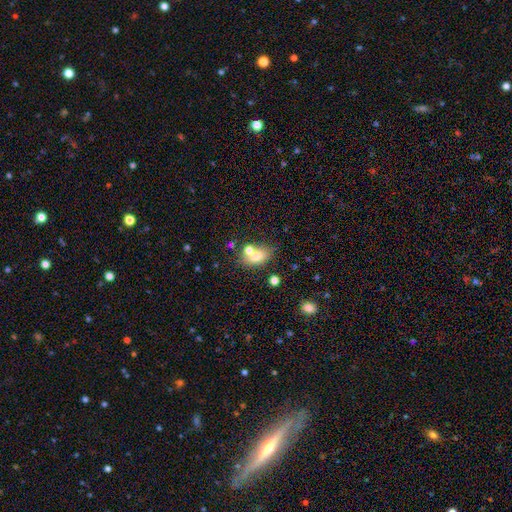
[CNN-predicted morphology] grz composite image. It shows a smooth galaxy with no disk features (70%) that is in between round and cigar-shaped (74%). Merging: none (52%).